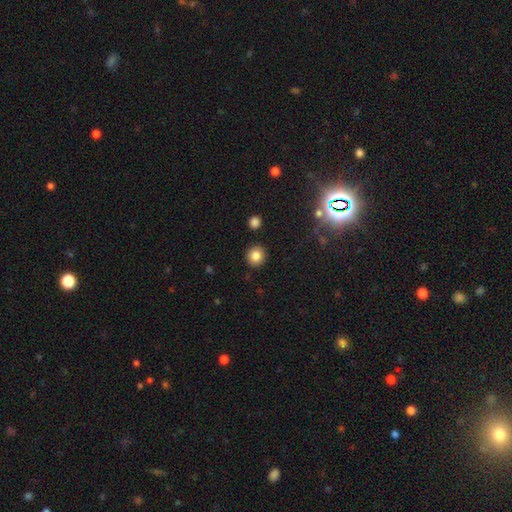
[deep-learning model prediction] smooth-or-featured: smooth: 83% | star or artifact: 11% | featured or disk: 6%
  how-rounded: round: 90% | in between: 9% | cigar-shaped: 1%
  merging: none: 90% | minor disturbance: 6% | merger: 2% | major disturbance: 2%